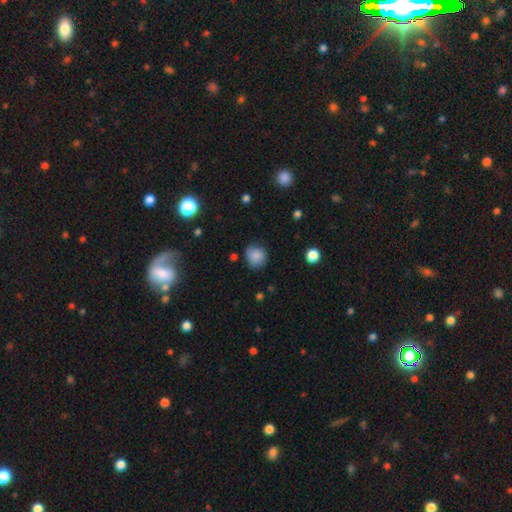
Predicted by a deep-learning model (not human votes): Smooth or featured: smooth — 85% (star or artifact — 9%)
How rounded: round — 81% (in between — 18%)
Merging: none — 73% (minor disturbance — 21%)